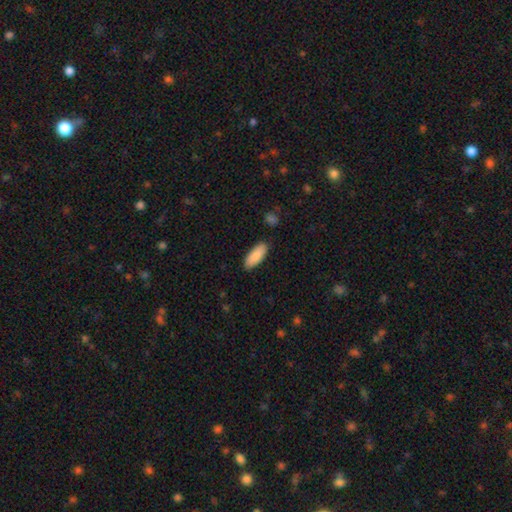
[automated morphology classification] Q: Smooth or featured?
A: smooth (88%); runner-up: featured or disk (7%)
Q: How rounded?
A: in between (76%); runner-up: cigar-shaped (22%)
Q: Merging?
A: none (87%); runner-up: minor disturbance (9%)